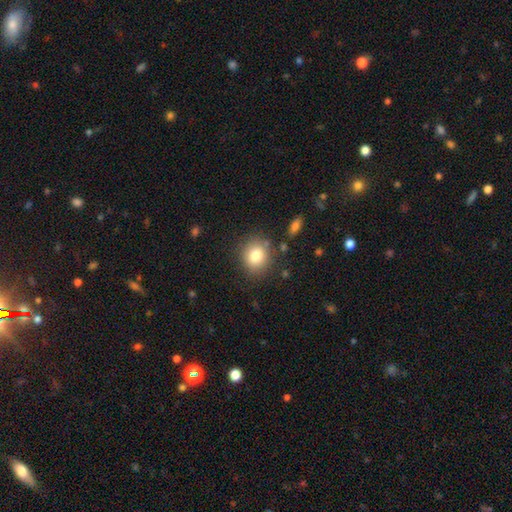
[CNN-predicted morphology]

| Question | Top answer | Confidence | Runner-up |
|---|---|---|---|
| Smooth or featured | smooth | 80% | star or artifact (10%) |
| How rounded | round | 76% | in between (23%) |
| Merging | none | 83% | minor disturbance (10%) |